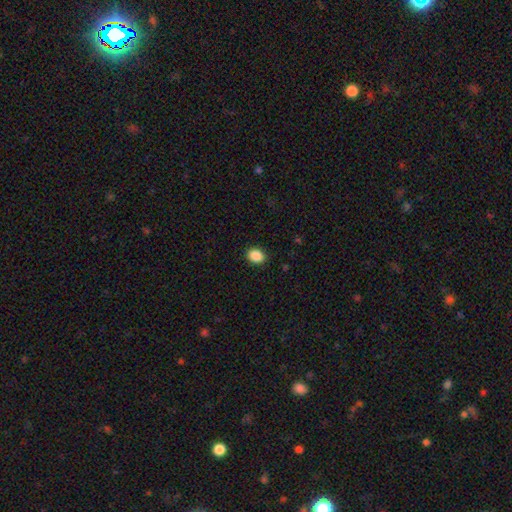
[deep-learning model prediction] A smooth galaxy with no disk features (88%) that is in between round and cigar-shaped (57%).

Vote fractions:
- Smooth or featured? smooth: 88% / star or artifact: 9% / featured or disk: 3%
- How rounded? in between: 57% / round: 42% / cigar-shaped: 1%
- Merging? none: 90% / minor disturbance: 7% / major disturbance: 2% / merger: 1%